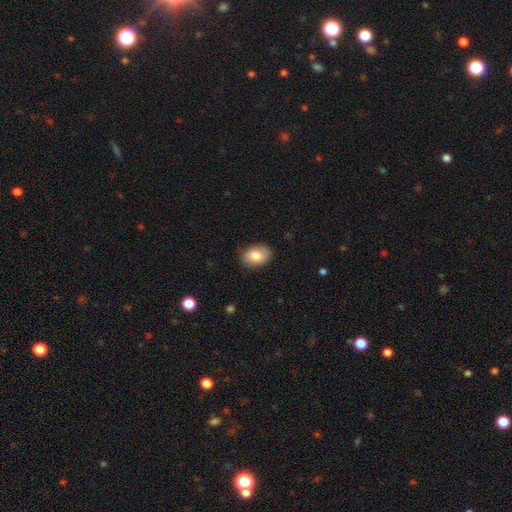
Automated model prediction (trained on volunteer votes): This appears to be a smooth galaxy with no disk features (82%) that is in between round and cigar-shaped (75%). Merging: none (86%).